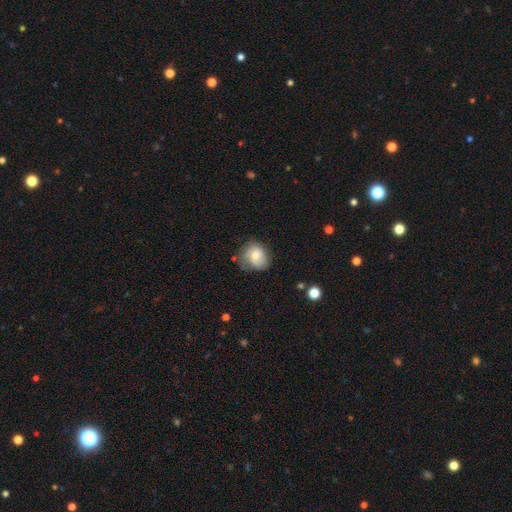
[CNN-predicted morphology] smooth 55%, featured or disk 37%, star or artifact 8%. Down the decision tree: how rounded — round (63%); merging — none (54%).